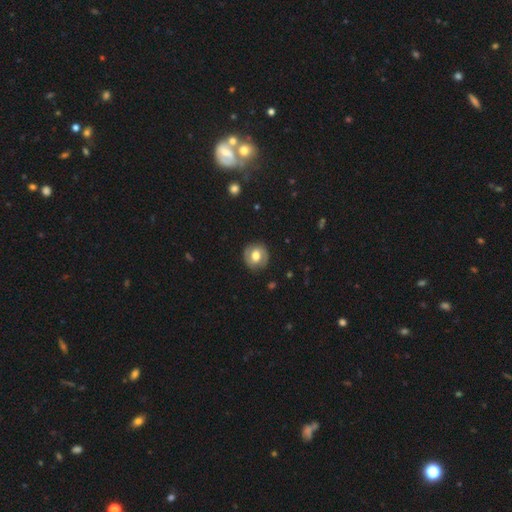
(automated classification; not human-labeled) Q: Smooth or featured?
A: featured or disk (47%); runner-up: smooth (46%)
Q: Merging?
A: none (85%); runner-up: minor disturbance (10%)